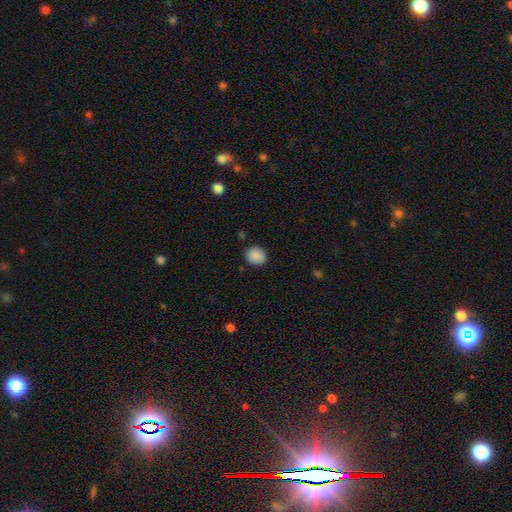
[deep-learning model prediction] Smooth or featured?
  - smooth: 88% *
  - star or artifact: 8%
  - featured or disk: 4%
How rounded?
  - round: 69% *
  - in between: 30%
  - cigar-shaped: 1%
Merging?
  - none: 82% *
  - minor disturbance: 13%
  - major disturbance: 3%
  - merger: 2%